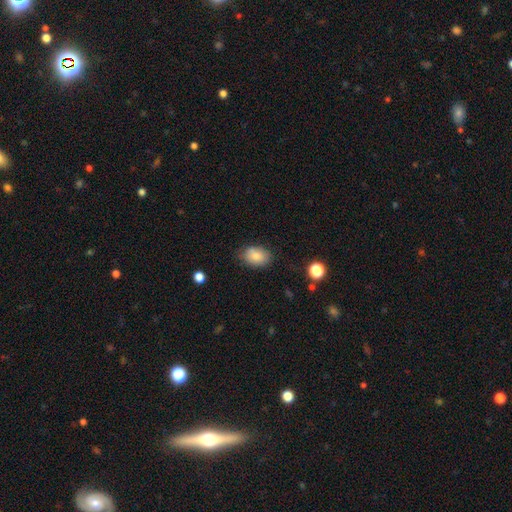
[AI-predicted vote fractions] smooth 83%, featured or disk 9%, star or artifact 8%. Down the decision tree: how rounded — in between (80%); merging — none (76%).